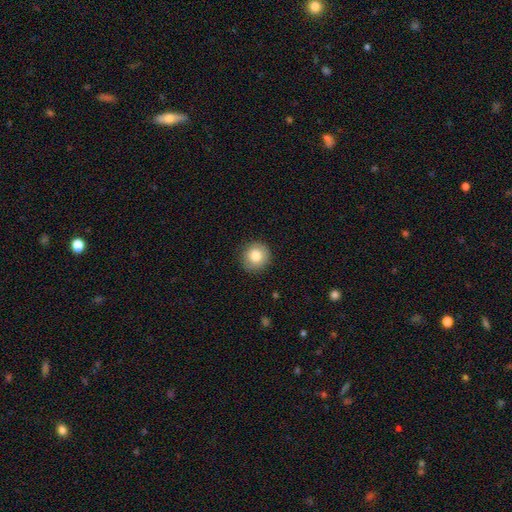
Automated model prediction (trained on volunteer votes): Overall: smooth (82%). How rounded: round (91%). Merging: none (89%).